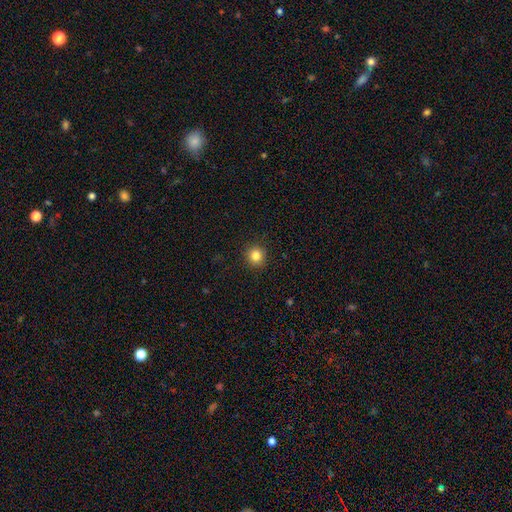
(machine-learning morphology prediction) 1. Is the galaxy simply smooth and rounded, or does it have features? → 84% smooth, 11% star or artifact, 5% featured or disk.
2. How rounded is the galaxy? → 91% round, 8% in between, 1% cigar-shaped.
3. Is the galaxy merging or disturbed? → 91% none, 6% minor disturbance, 2% major disturbance, 1% merger.